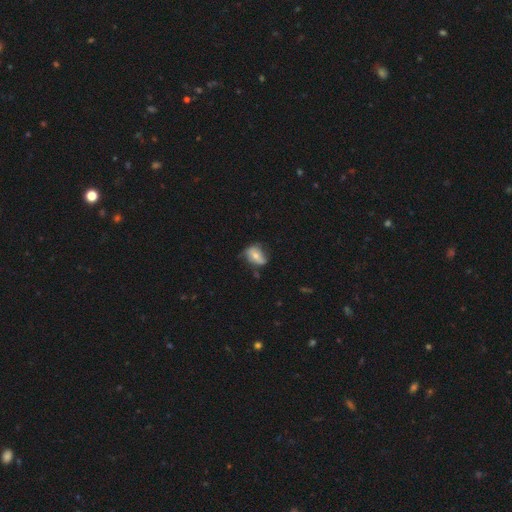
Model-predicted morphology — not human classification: Smooth or featured? Predicted: smooth (p=0.51). How rounded? Predicted: in between (p=0.77). Merging? Predicted: none (p=0.52).